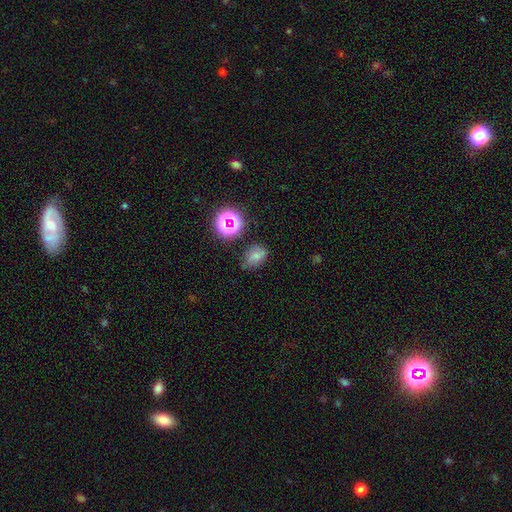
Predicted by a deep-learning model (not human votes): Smooth or featured?
  - smooth: 67% *
  - star or artifact: 20%
  - featured or disk: 13%
How rounded?
  - in between: 68% *
  - round: 30%
  - cigar-shaped: 1%
Merging?
  - none: 64% *
  - minor disturbance: 25%
  - major disturbance: 7%
  - merger: 3%